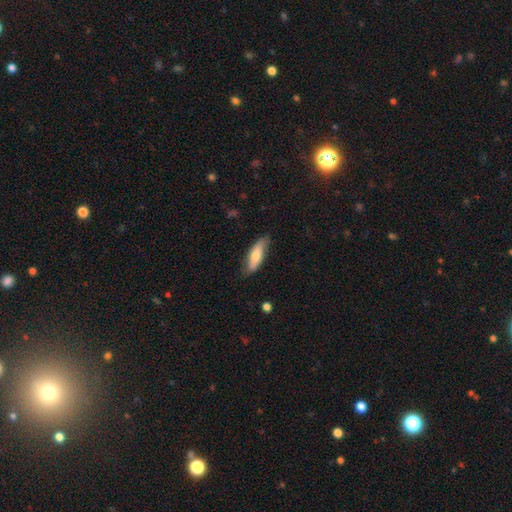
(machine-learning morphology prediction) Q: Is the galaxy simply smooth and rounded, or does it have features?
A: smooth — 65%.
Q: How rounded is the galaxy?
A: cigar-shaped — 53%.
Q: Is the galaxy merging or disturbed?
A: none — 76%.